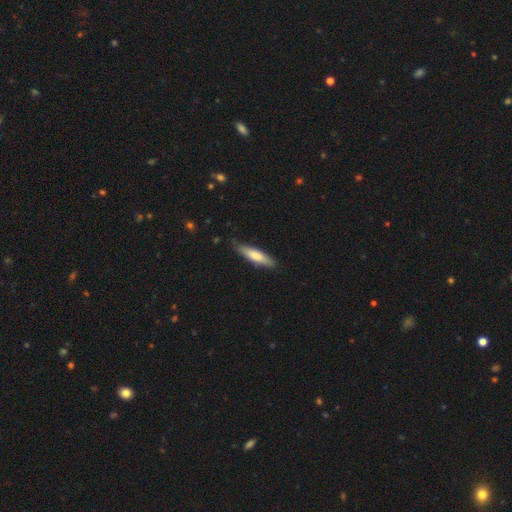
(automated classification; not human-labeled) This appears to be a smooth galaxy with no disk features (71%) that is cigar-shaped (75%). Merging: none (80%).